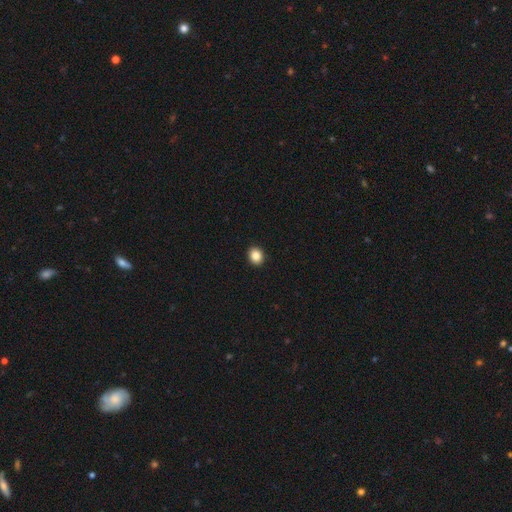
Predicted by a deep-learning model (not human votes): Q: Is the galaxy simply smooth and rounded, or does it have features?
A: smooth — 86%.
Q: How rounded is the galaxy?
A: round — 66%.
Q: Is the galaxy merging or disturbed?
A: none — 93%.